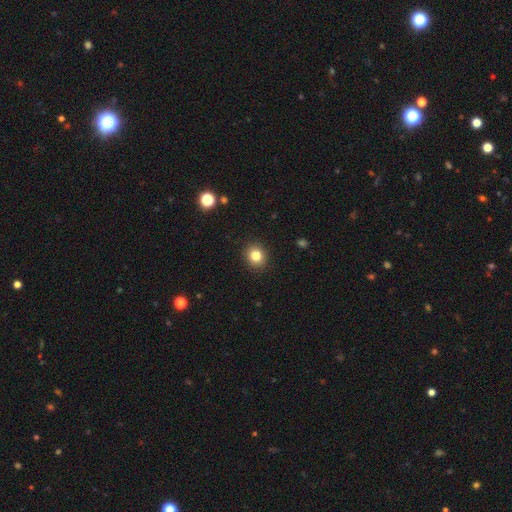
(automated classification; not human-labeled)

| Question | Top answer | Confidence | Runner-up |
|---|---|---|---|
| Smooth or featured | smooth | 83% | star or artifact (11%) |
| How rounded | round | 80% | in between (19%) |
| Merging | none | 91% | minor disturbance (6%) |